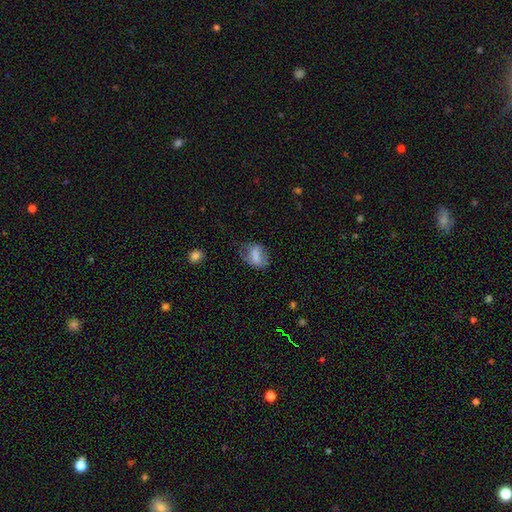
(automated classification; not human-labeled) A smooth galaxy with no disk features (70%) that is in between round and cigar-shaped (77%).

Vote fractions:
- Smooth or featured? smooth: 70% / featured or disk: 20% / star or artifact: 9%
- How rounded? in between: 77% / round: 20% / cigar-shaped: 4%
- Merging? none: 51% / minor disturbance: 30% / major disturbance: 16% / merger: 2%